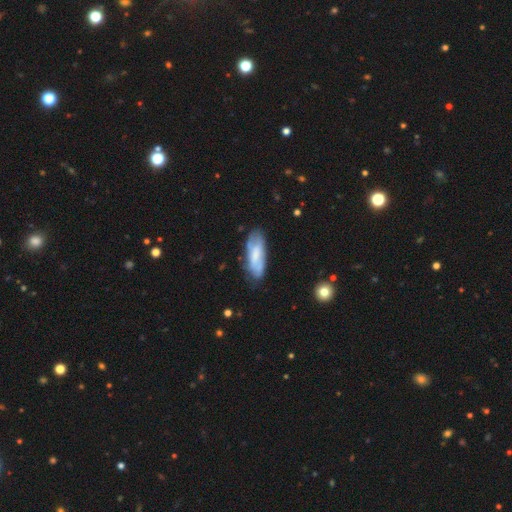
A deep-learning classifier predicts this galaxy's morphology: This appears to be a smooth galaxy with no disk features (55%) that is in between round and cigar-shaped (66%). Merging: none (64%).